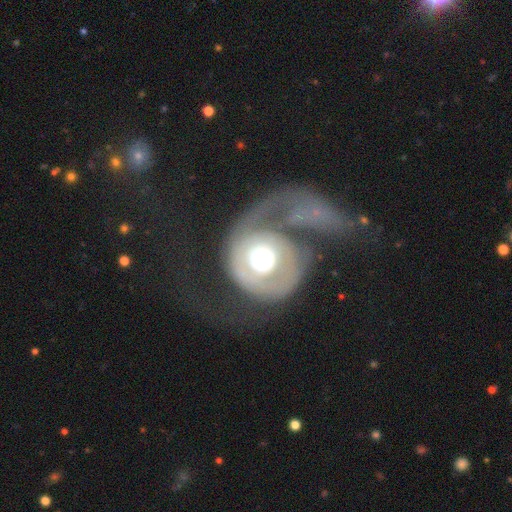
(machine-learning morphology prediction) Smooth or featured?
  - featured or disk: 66% *
  - smooth: 27%
  - star or artifact: 7%
Edge-on disk?
  - no: 97% *
  - yes: 3%
Bar?
  - no: 80% *
  - weak: 15%
  - strong: 5%
Spiral arms?
  - yes: 62% *
  - no: 38%
Bulge size?
  - moderate: 53% *
  - large: 34%
  - dominant: 6%
  - small: 5%
  - none: 1%
Merging?
  - major disturbance: 51% *
  - none: 23%
  - merger: 13%
  - minor disturbance: 13%